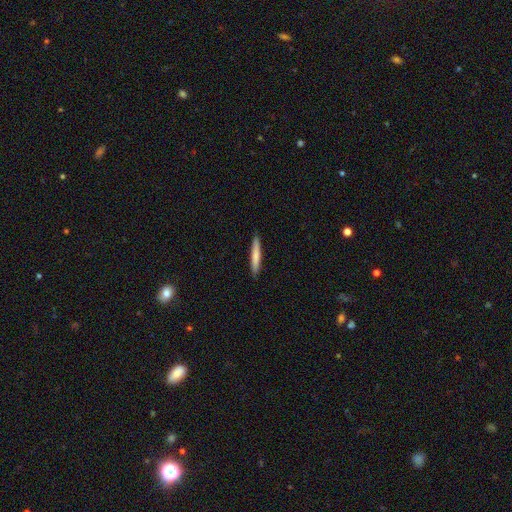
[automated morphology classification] A smooth galaxy with no disk features (74%) that is cigar-shaped (95%). Merging: none (91%).